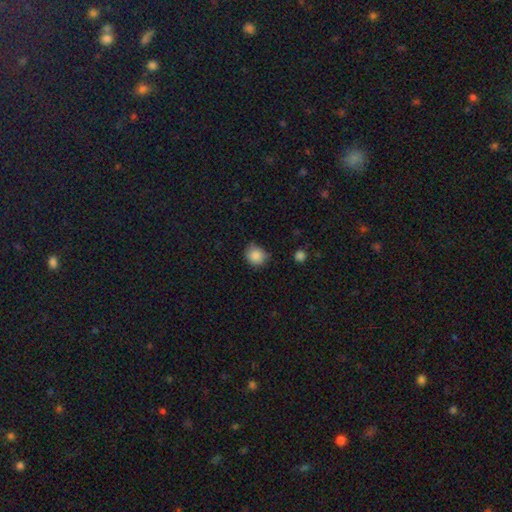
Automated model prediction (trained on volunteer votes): smooth-or-featured: smooth: 86% | star or artifact: 10% | featured or disk: 4%
  how-rounded: round: 81% | in between: 18% | cigar-shaped: 1%
  merging: none: 69% | minor disturbance: 25% | major disturbance: 4% | merger: 2%